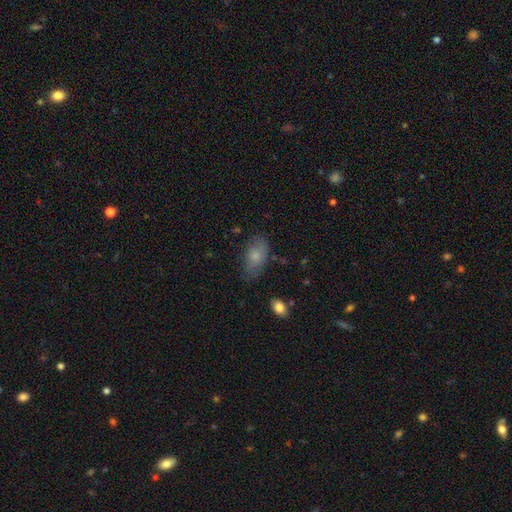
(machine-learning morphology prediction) Smooth or featured?
  - smooth: 75% *
  - featured or disk: 17%
  - star or artifact: 8%
How rounded?
  - in between: 92% *
  - round: 6%
  - cigar-shaped: 3%
Merging?
  - none: 70% *
  - minor disturbance: 22%
  - major disturbance: 6%
  - merger: 2%